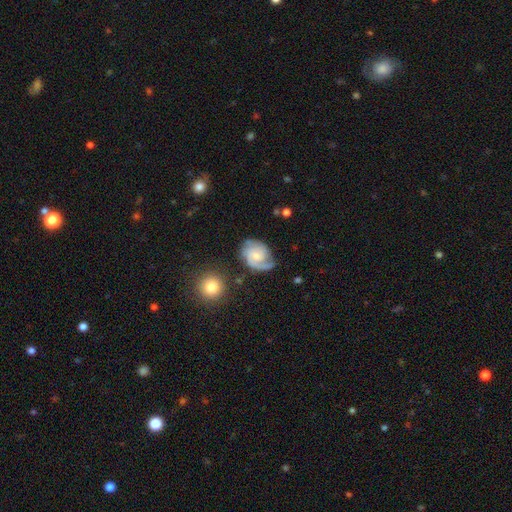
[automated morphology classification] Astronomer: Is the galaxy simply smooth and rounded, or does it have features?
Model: featured or disk — 80%.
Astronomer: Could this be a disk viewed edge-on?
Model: no — 98%.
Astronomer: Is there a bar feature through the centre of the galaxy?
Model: no — 58% (runner-up: weak, 37%).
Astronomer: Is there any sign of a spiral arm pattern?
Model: yes — 96%.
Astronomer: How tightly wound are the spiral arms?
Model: medium — 44% (runner-up: tight, 43%).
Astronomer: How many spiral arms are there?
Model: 2 — 60%.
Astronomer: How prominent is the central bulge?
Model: small — 54% (runner-up: moderate, 33%).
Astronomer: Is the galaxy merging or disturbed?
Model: none — 63%.